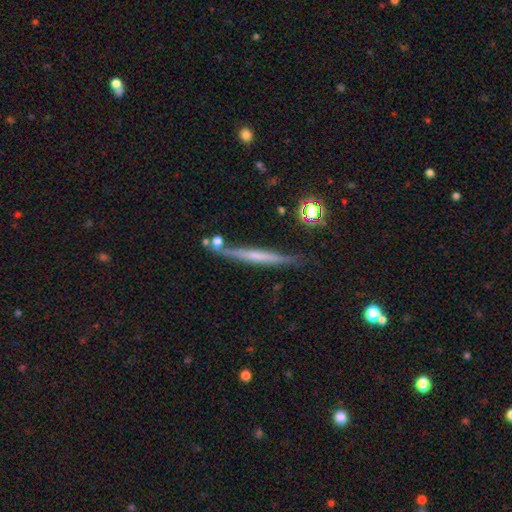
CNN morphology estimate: A featured or disk galaxy (52%) viewed edge-on (95%).

Vote fractions:
- Smooth or featured? featured or disk: 52% / smooth: 40% / star or artifact: 8%
- Edge-on disk? yes: 95% / no: 5%
- Merging? none: 75% / minor disturbance: 14% / merger: 7% / major disturbance: 3%